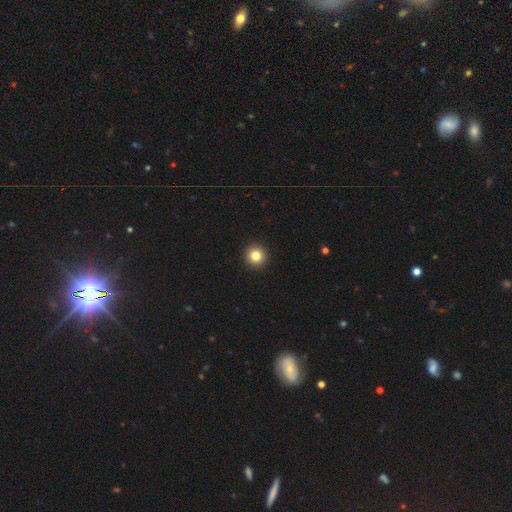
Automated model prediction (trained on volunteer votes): Smooth or featured?
  - smooth: 83% *
  - star or artifact: 11%
  - featured or disk: 6%
How rounded?
  - round: 95% *
  - in between: 4%
  - cigar-shaped: 1%
Merging?
  - none: 94% *
  - minor disturbance: 4%
  - major disturbance: 1%
  - merger: 1%